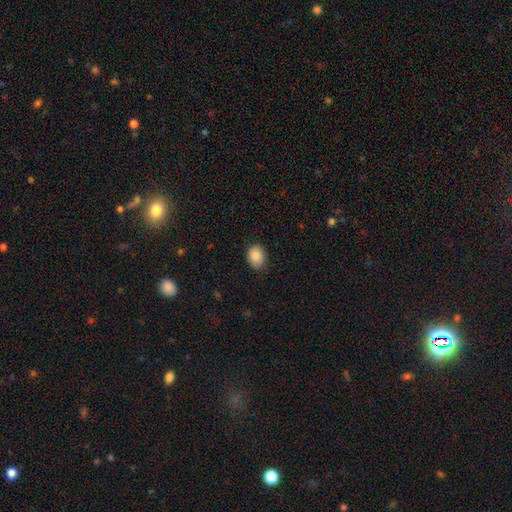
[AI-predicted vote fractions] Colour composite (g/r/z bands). It shows a smooth galaxy with no disk features (88%) that is in between round and cigar-shaped (69%). Merging: none (82%).